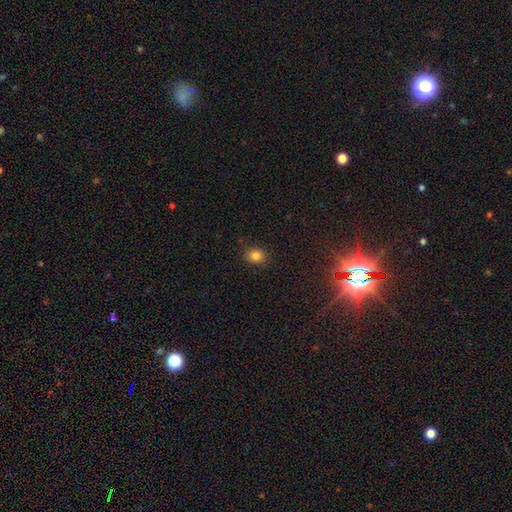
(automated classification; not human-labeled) smooth_or_featured: smooth (p=0.83) [alt: star or artifact p=0.12]
how_rounded: round (p=0.66) [alt: in between p=0.33]
merging: none (p=0.88) [alt: minor disturbance p=0.09]